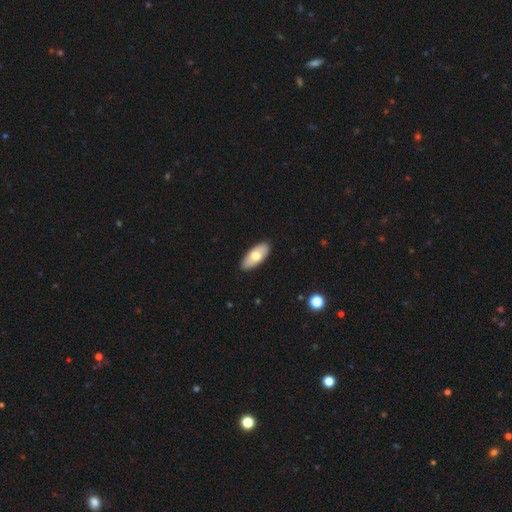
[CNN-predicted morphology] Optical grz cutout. It shows a smooth galaxy with no disk features (71%) that is in between round and cigar-shaped (89%). Merging: none (89%).